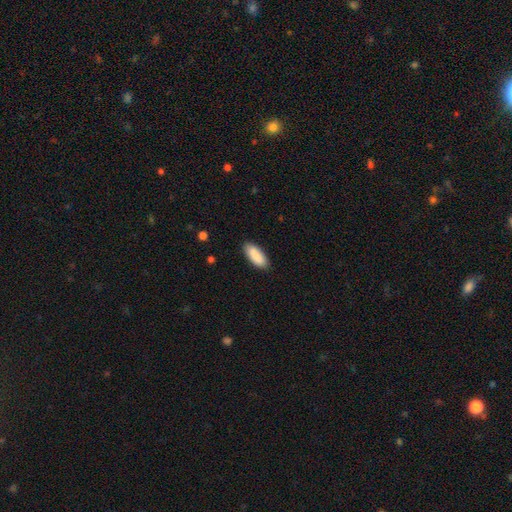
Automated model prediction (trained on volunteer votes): This appears to be a smooth galaxy with no disk features (89%) that is in between round and cigar-shaped (79%). Merging: none (86%).